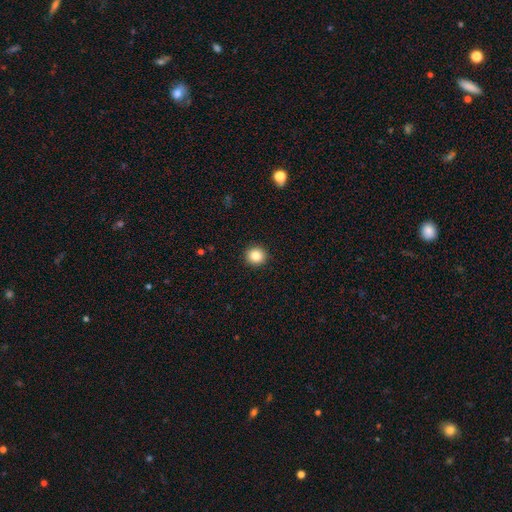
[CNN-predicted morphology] This appears to be a smooth galaxy with no disk features (85%) that is round (92%). Merging: none (93%).